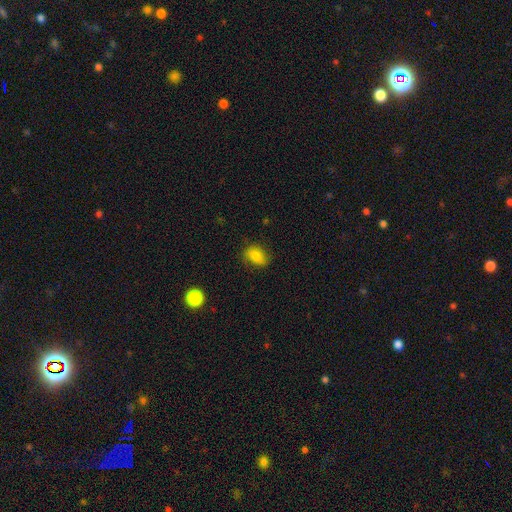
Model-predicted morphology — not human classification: smooth 78%, featured or disk 12%, star or artifact 10%. Down the decision tree: how rounded — in between (74%); merging — none (73%).